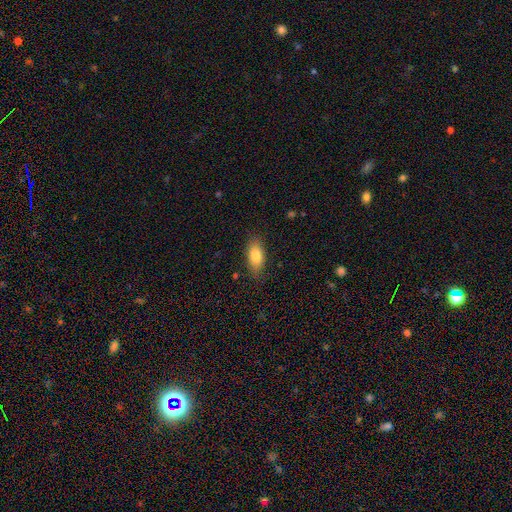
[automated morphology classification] This appears to be a smooth galaxy with no disk features (83%) that is in between round and cigar-shaped (88%). Merging: none (82%).